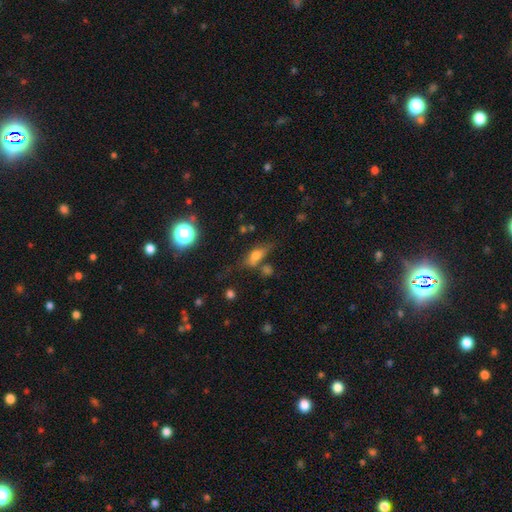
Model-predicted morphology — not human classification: smooth 61%, featured or disk 25%, star or artifact 14%. Down the decision tree: how rounded — in between (68%); merging — none (57%).